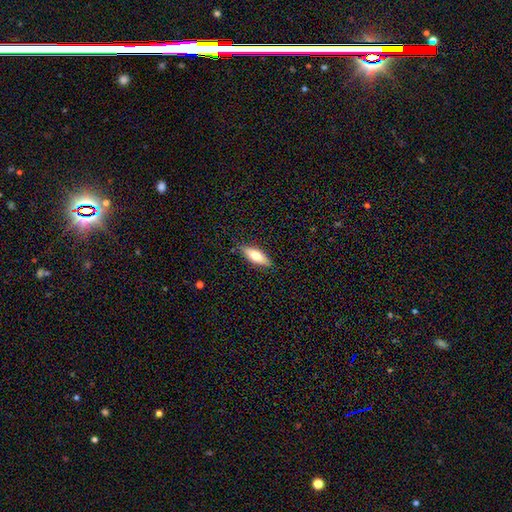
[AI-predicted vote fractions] Smooth or featured?
  - smooth: 66% *
  - featured or disk: 28%
  - star or artifact: 6%
How rounded?
  - in between: 64% *
  - cigar-shaped: 34%
  - round: 2%
Merging?
  - none: 86% *
  - minor disturbance: 11%
  - major disturbance: 2%
  - merger: 1%